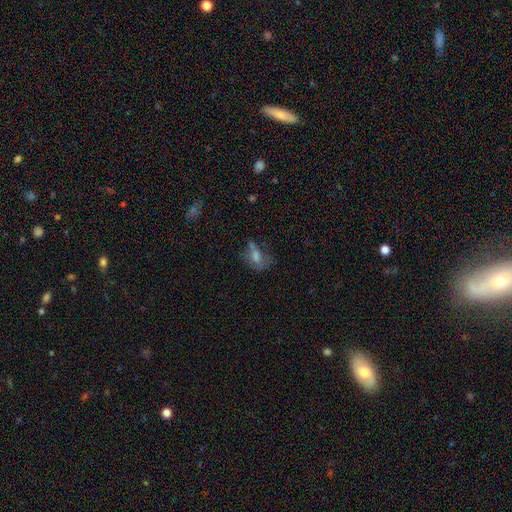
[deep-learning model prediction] Smooth or featured? smooth (59%)
How rounded? in between (80%)
Merging? none (32%)